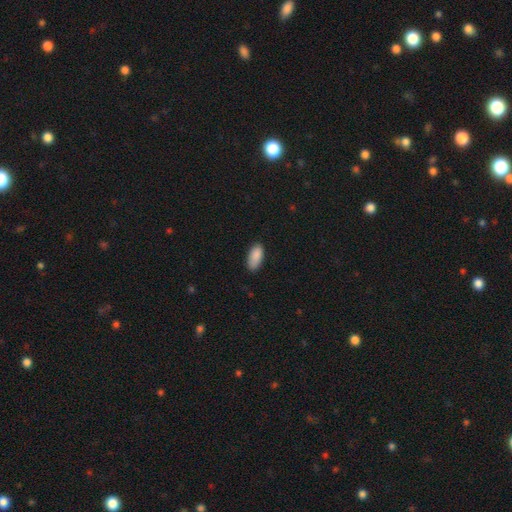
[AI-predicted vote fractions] Morphology: type=smooth (89%); roundness=in between (89%); merging=none (80%).